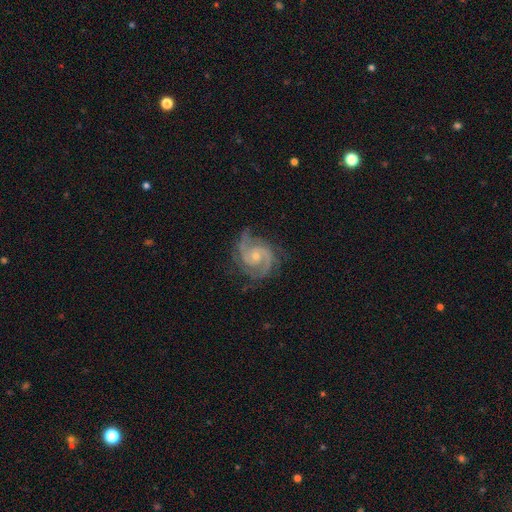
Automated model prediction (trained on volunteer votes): A featured or disk galaxy (92%) with no bar (66%), 2 (75%) medium (50%) spiral arms (98%) and a small central bulge (62%). Merging: none (72%).